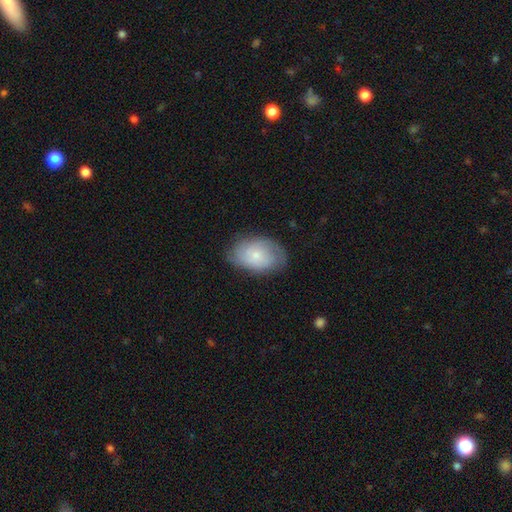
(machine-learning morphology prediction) Smooth or featured?
  - smooth: 48% *
  - featured or disk: 44%
  - star or artifact: 7%
Merging?
  - none: 73% *
  - minor disturbance: 20%
  - major disturbance: 6%
  - merger: 1%